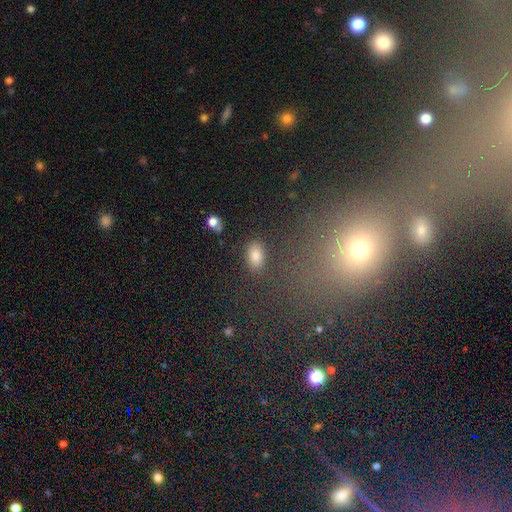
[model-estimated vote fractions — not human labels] smooth-or-featured: smooth: 81% | star or artifact: 11% | featured or disk: 8%
  how-rounded: in between: 86% | round: 12% | cigar-shaped: 2%
  merging: none: 83% | minor disturbance: 11% | major disturbance: 4% | merger: 3%